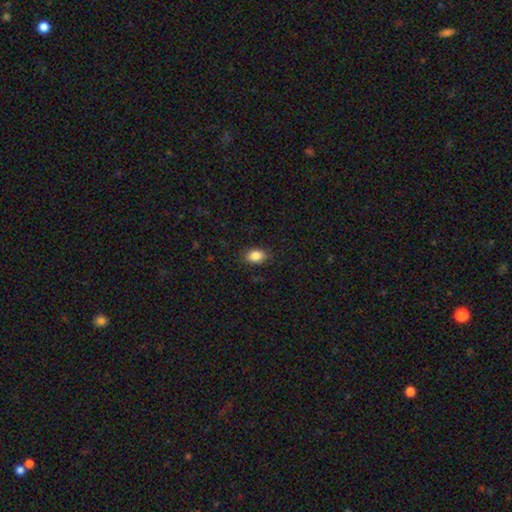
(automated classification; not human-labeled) This is clearly a smooth galaxy (86%). How rounded: clearly in between (81%). Merging: clearly none (85%).